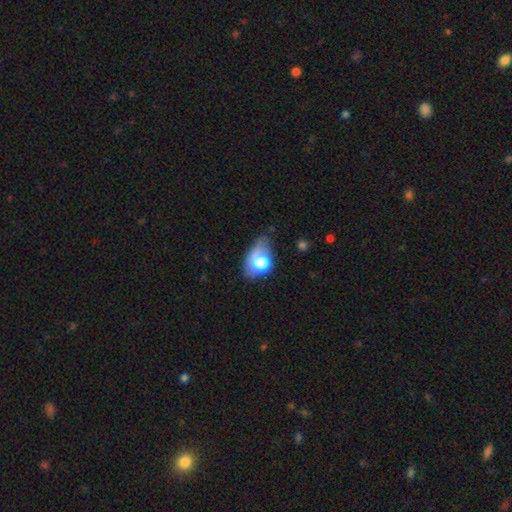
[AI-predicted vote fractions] Smooth or featured?
  - smooth: 69% *
  - featured or disk: 20%
  - star or artifact: 11%
How rounded?
  - in between: 72% *
  - round: 25%
  - cigar-shaped: 2%
Merging?
  - minor disturbance: 37% *
  - none: 31%
  - major disturbance: 26%
  - merger: 7%